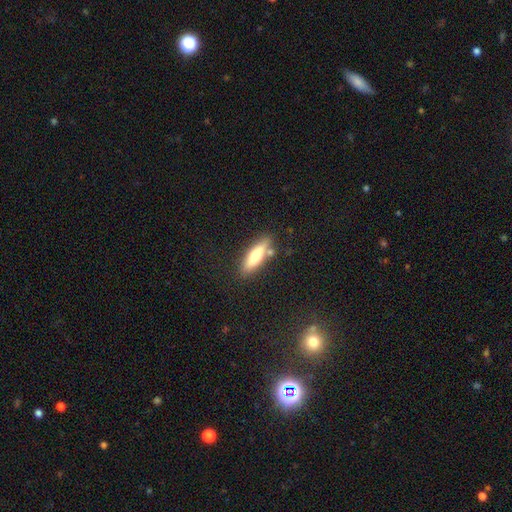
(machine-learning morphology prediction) Smooth or featured? Predicted: smooth (p=0.67). How rounded? Predicted: cigar-shaped (p=0.63). Merging? Predicted: none (p=0.78).